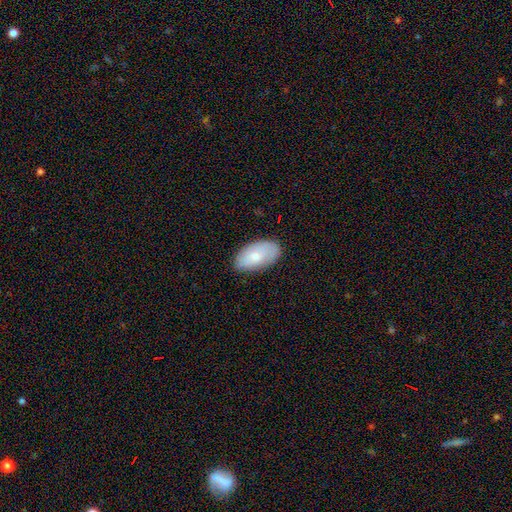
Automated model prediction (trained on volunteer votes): smooth 75%, featured or disk 19%, star or artifact 6%. Down the decision tree: how rounded — in between (95%); merging — none (80%).